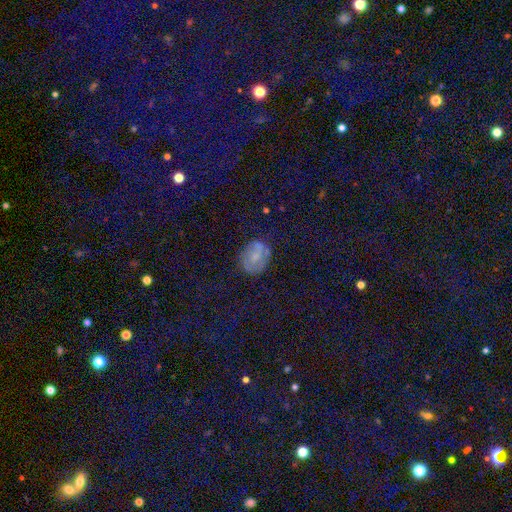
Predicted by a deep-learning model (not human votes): Smooth or featured?
  - smooth: 49% *
  - featured or disk: 32%
  - star or artifact: 19%
Merging?
  - none: 70% *
  - minor disturbance: 19%
  - major disturbance: 8%
  - merger: 3%